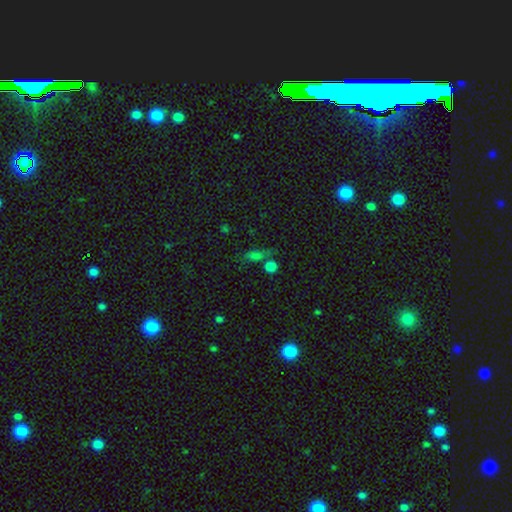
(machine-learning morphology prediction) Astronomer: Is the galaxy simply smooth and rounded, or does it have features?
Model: smooth — 60%.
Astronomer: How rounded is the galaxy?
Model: in between — 56%.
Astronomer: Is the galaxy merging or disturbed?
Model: none — 55%.